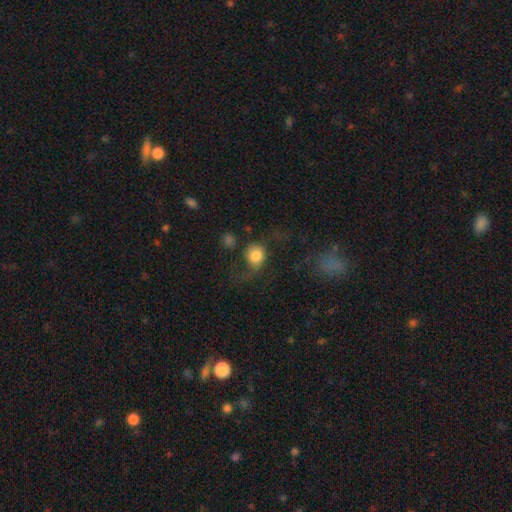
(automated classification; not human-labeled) Smooth or featured? Predicted: smooth (p=0.73). How rounded? Predicted: round (p=0.75). Merging? Predicted: none (p=0.40).